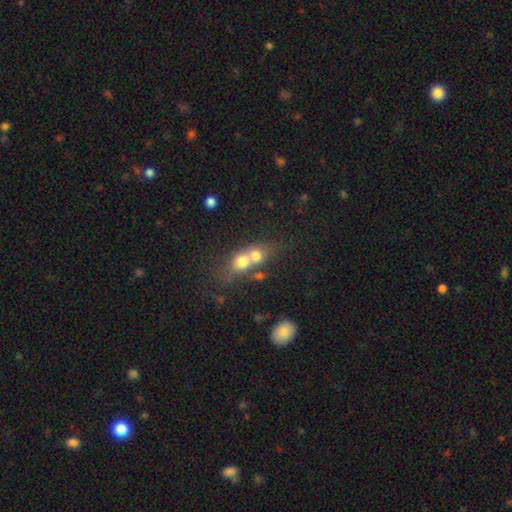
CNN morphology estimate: A smooth galaxy with no disk features (68%) that is round (59%).

Vote fractions:
- Smooth or featured? smooth: 68% / featured or disk: 20% / star or artifact: 12%
- How rounded? round: 59% / in between: 37% / cigar-shaped: 4%
- Merging? merger: 71% / none: 20% / minor disturbance: 5% / major disturbance: 4%